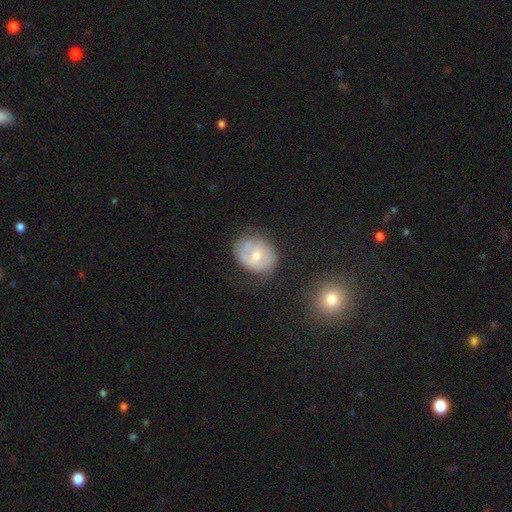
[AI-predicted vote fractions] Smooth or featured?
  - featured or disk: 49% *
  - smooth: 44%
  - star or artifact: 8%
Merging?
  - none: 67% *
  - minor disturbance: 23%
  - major disturbance: 8%
  - merger: 3%